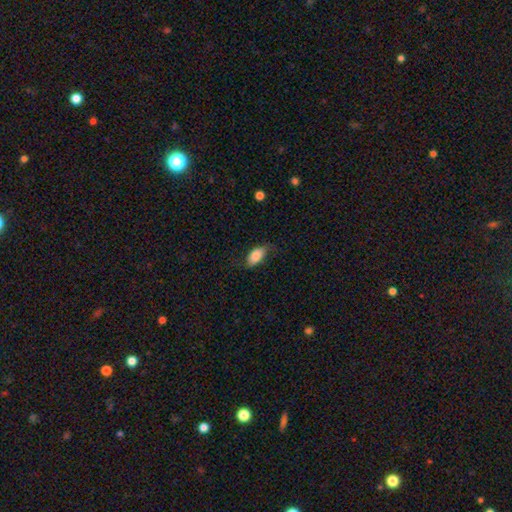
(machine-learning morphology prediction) A smooth galaxy with no disk features (80%) that is in between round and cigar-shaped (92%). Merging: none (66%).